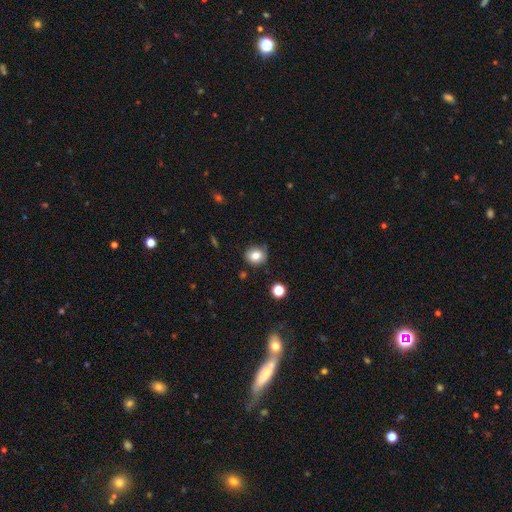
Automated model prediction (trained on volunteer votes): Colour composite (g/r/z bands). It shows a smooth galaxy with no disk features (79%) that is round (80%). Merging: none (81%).